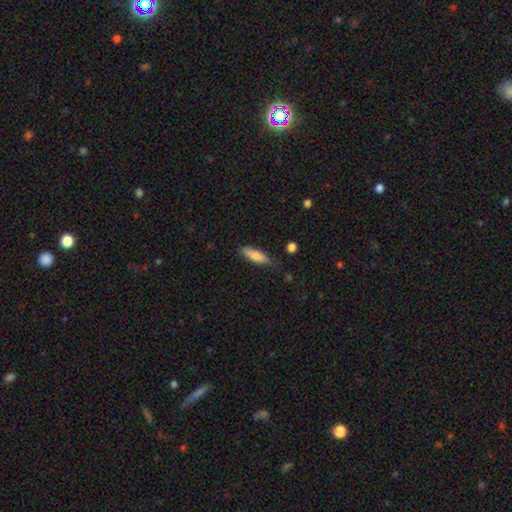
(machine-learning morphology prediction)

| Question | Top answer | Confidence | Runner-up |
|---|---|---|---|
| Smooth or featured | smooth | 80% | featured or disk (14%) |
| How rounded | cigar-shaped | 55% | in between (43%) |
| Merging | none | 79% | minor disturbance (17%) |